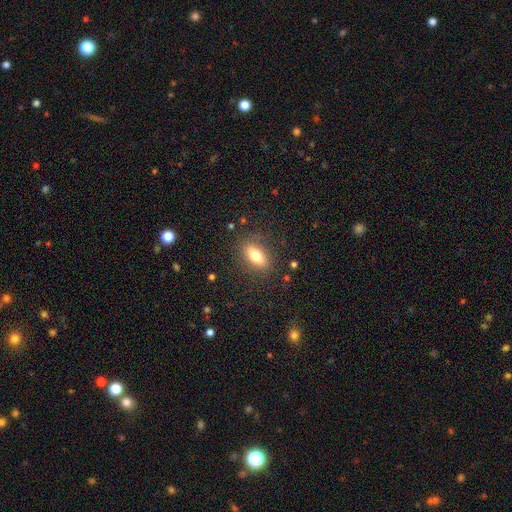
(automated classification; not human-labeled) Smooth or featured?
  - smooth: 75% *
  - featured or disk: 16%
  - star or artifact: 9%
How rounded?
  - in between: 83% *
  - cigar-shaped: 9%
  - round: 8%
Merging?
  - none: 83% *
  - minor disturbance: 11%
  - major disturbance: 4%
  - merger: 1%